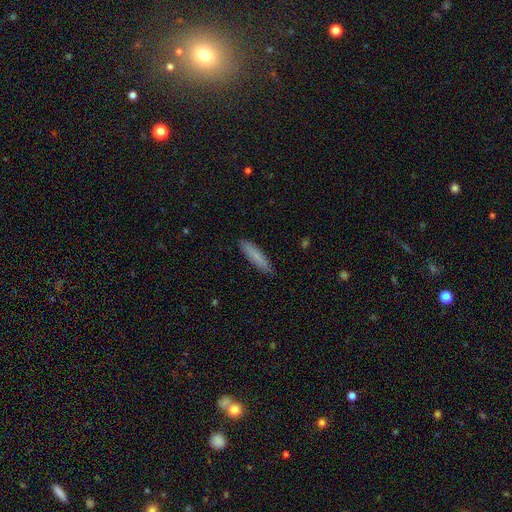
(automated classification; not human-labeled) A smooth galaxy with no disk features (81%) that is cigar-shaped (85%). Merging: none (88%).